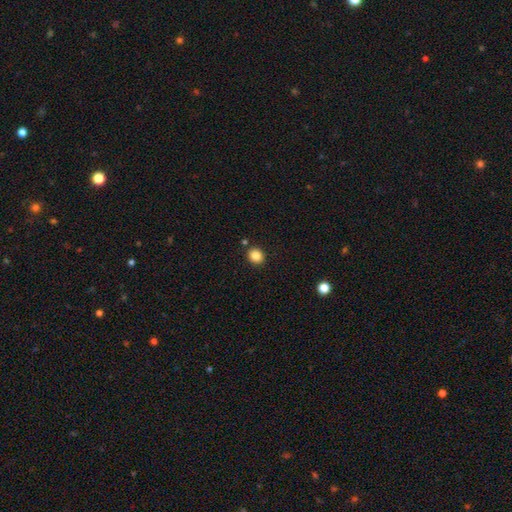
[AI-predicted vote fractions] This is clearly a smooth galaxy (85%). How rounded: likely round (77%). Merging: clearly none (87%).